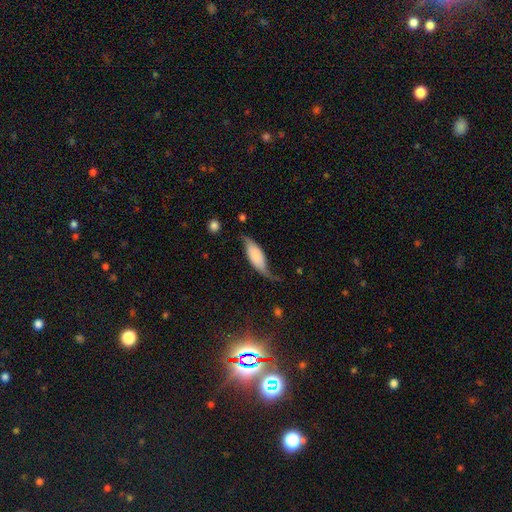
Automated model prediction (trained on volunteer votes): This appears to be a featured or disk galaxy (48%). Merging: none (44%).